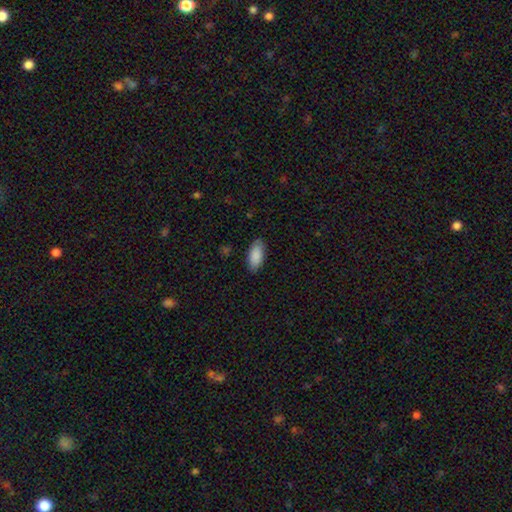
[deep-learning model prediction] Smooth or featured: smooth — 89% (star or artifact — 6%)
How rounded: in between — 91% (cigar-shaped — 8%)
Merging: none — 86% (minor disturbance — 11%)